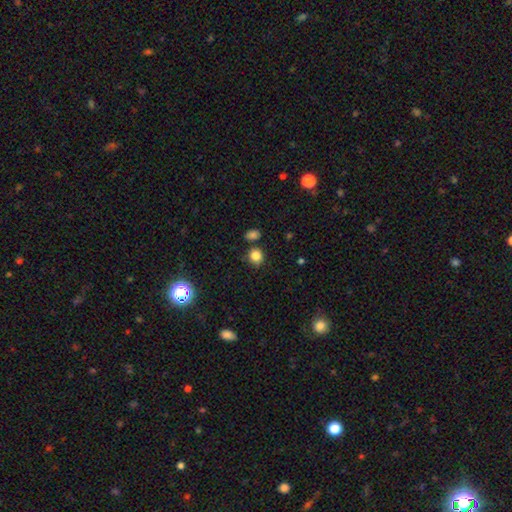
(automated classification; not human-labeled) smooth 83%, star or artifact 12%, featured or disk 4%. Down the decision tree: how rounded — round (80%); merging — none (78%).